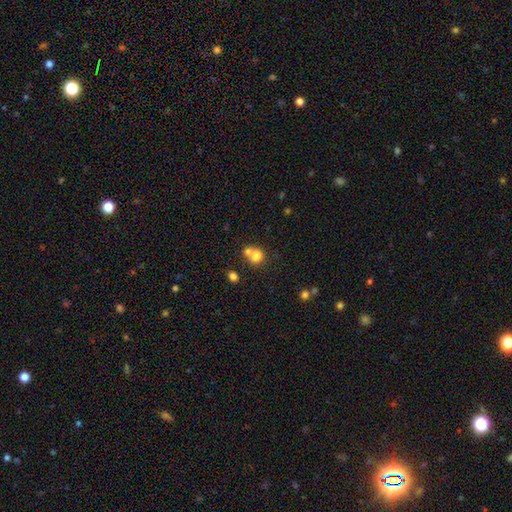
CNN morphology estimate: A smooth galaxy with no disk features (73%) that is round (57%).

Vote fractions:
- Smooth or featured? smooth: 73% / featured or disk: 15% / star or artifact: 12%
- How rounded? round: 57% / in between: 42% / cigar-shaped: 1%
- Merging? merger: 56% / none: 32% / minor disturbance: 8% / major disturbance: 4%